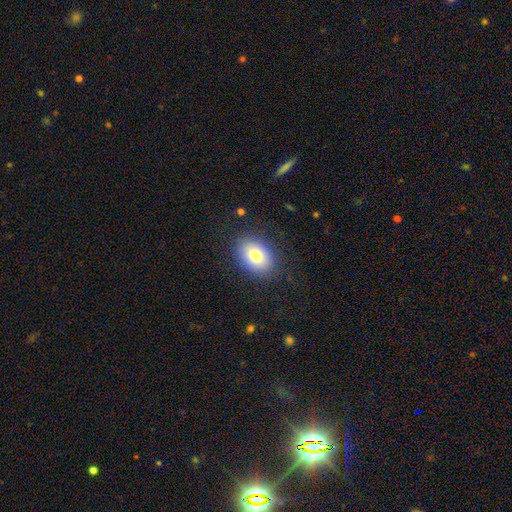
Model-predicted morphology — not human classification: Smooth or featured?
  - smooth: 79% *
  - featured or disk: 12%
  - star or artifact: 9%
How rounded?
  - in between: 77% *
  - round: 22%
  - cigar-shaped: 1%
Merging?
  - none: 86% *
  - minor disturbance: 10%
  - major disturbance: 3%
  - merger: 1%